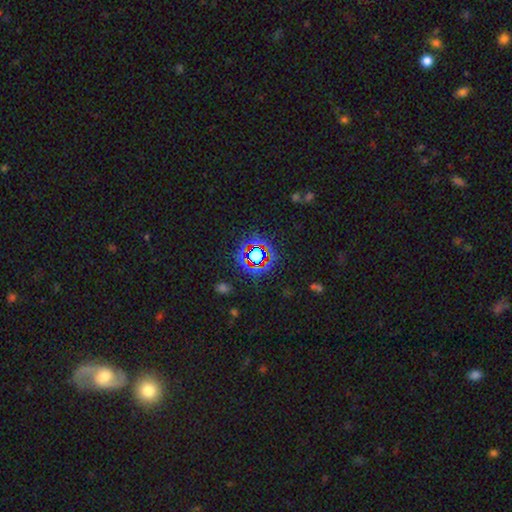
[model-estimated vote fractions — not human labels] A star or artifact, not a galaxy (72%).

Vote fractions:
- Smooth or featured? star or artifact: 72% / smooth: 18% / featured or disk: 10%